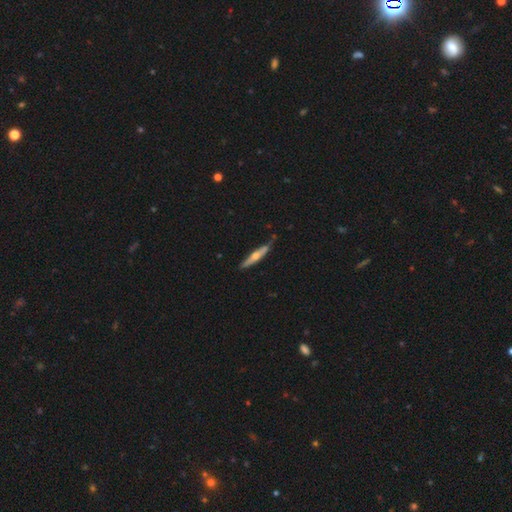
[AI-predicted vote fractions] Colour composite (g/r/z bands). It shows a featured or disk galaxy (58%) viewed edge-on (93%) with a rounded central bulge (88%). Merging: none (78%).